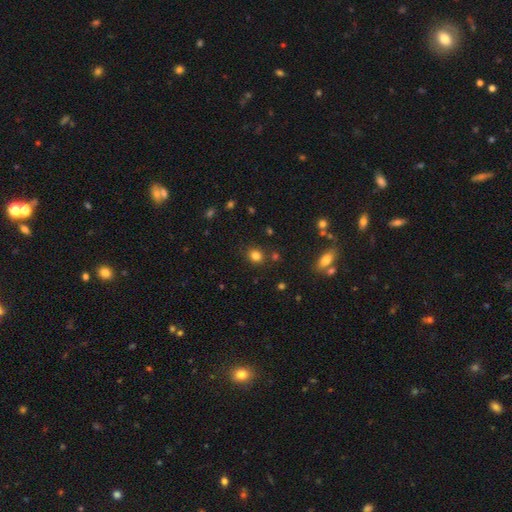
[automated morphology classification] Smooth or featured? Predicted: smooth (p=0.80). How rounded? Predicted: round (p=0.74). Merging? Predicted: none (p=0.84).